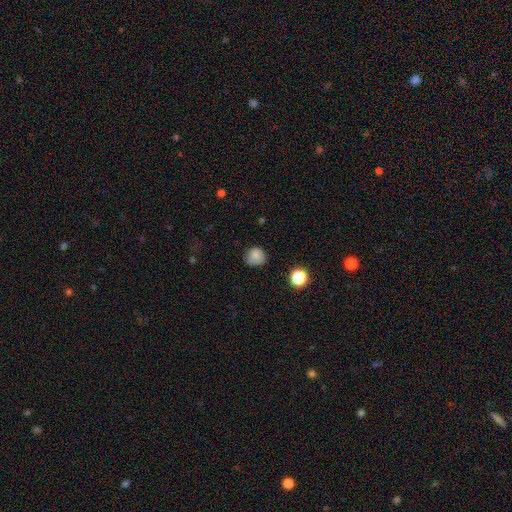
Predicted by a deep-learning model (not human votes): The model was most divided on "merging": none: 68%, minor disturbance: 25%, major disturbance: 6%, merger: 2%. More confident: how rounded — round (84%); smooth or featured — smooth (82%).